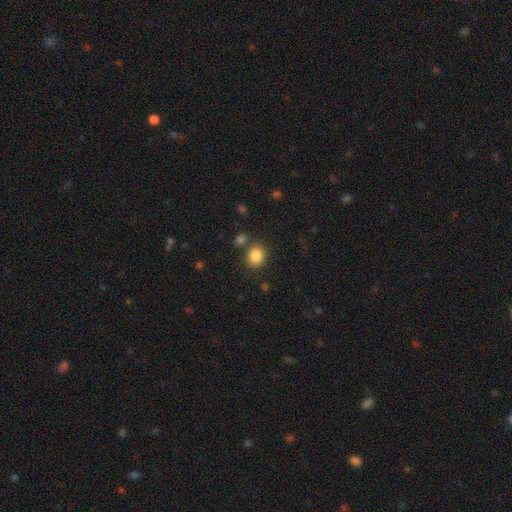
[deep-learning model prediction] Morphology: type=smooth (85%); roundness=round (73%); merging=none (76%).